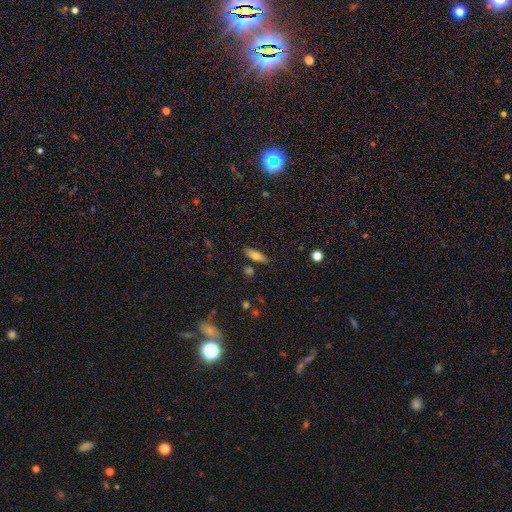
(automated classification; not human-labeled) smooth-or-featured: smooth: 74% | featured or disk: 19% | star or artifact: 8%
  how-rounded: in between: 61% | cigar-shaped: 36% | round: 3%
  merging: none: 81% | minor disturbance: 12% | merger: 5% | major disturbance: 3%